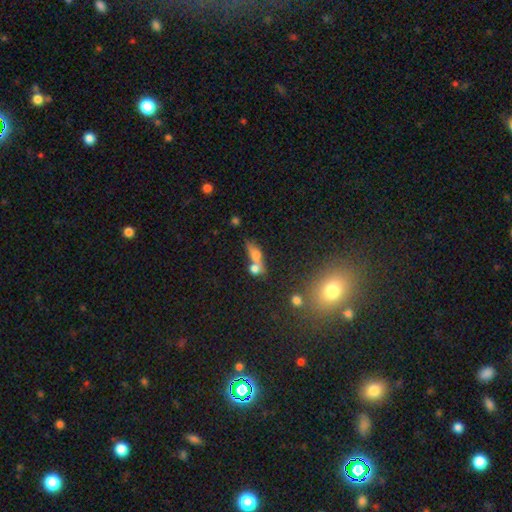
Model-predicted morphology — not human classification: smooth_or_featured: smooth (p=0.65) [alt: featured or disk p=0.20]
how_rounded: in between (p=0.52) [alt: cigar-shaped p=0.26]
merging: merger (p=0.52) [alt: none p=0.28]